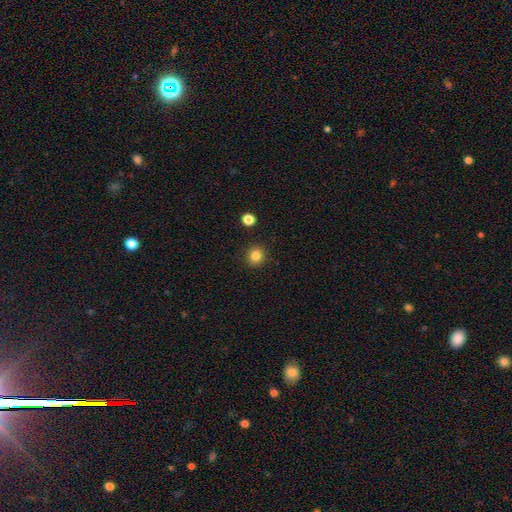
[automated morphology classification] This is clearly a smooth galaxy (84%). How rounded: clearly round (89%). Merging: clearly none (90%).